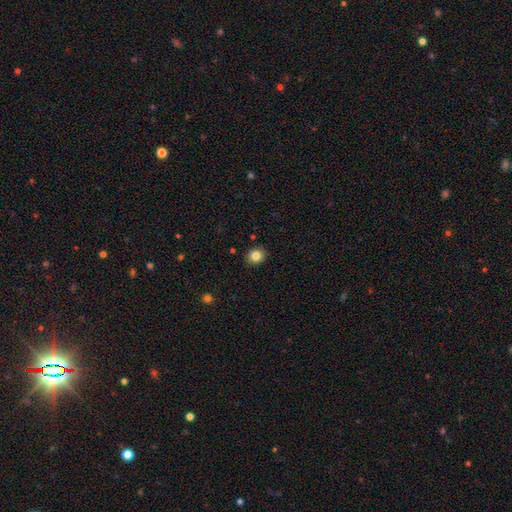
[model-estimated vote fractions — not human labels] A smooth galaxy with no disk features (83%) that is round (71%). Merging: none (89%).